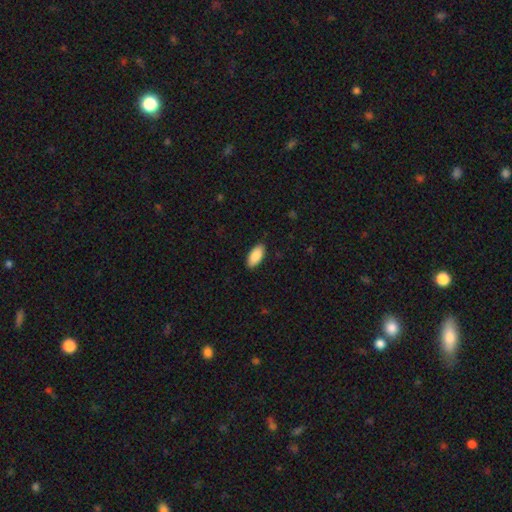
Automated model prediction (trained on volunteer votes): Overall: smooth (89%). How rounded: in between (92%). Merging: none (89%).